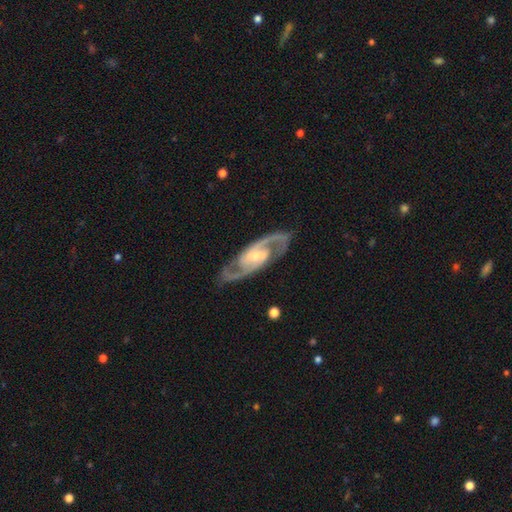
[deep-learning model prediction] featured or disk 92%, smooth 4%, star or artifact 4%. Down the decision tree: edge-on disk — no (95%); bar — weak (43%); spiral arms — yes (98%); spiral arm count — 2 (93%); spiral winding — medium (60%); bulge size — small (52%); merging — none (85%).